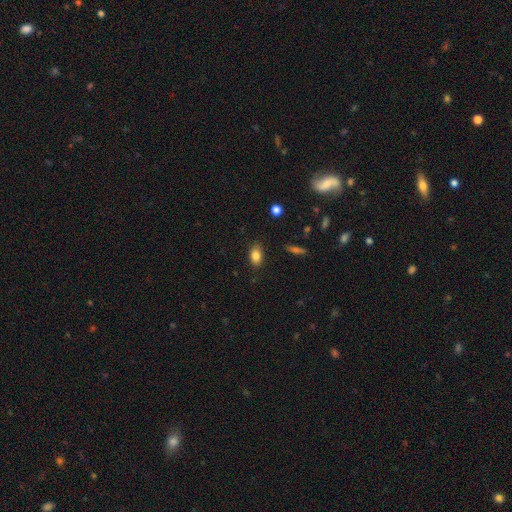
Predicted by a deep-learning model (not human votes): The model was most divided on "merging": none: 84%, minor disturbance: 12%, major disturbance: 3%, merger: 1%. More confident: how rounded — in between (86%); smooth or featured — smooth (84%).